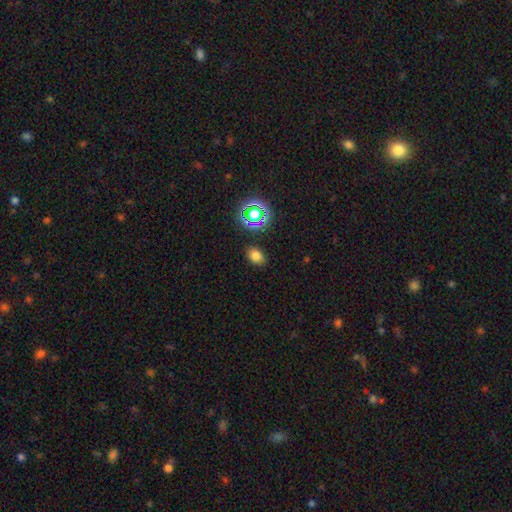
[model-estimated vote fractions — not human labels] smooth-or-featured: smooth: 73% | star or artifact: 20% | featured or disk: 7%
  how-rounded: in between: 73% | round: 25% | cigar-shaped: 1%
  merging: none: 85% | minor disturbance: 10% | major disturbance: 3% | merger: 2%